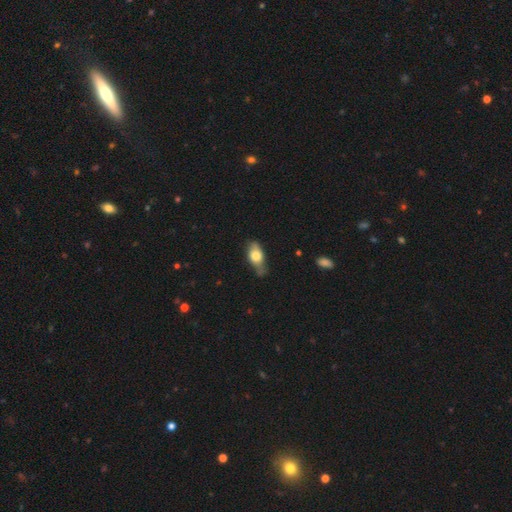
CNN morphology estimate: Smooth or featured? smooth (63%)
How rounded? in between (81%)
Merging? none (56%)